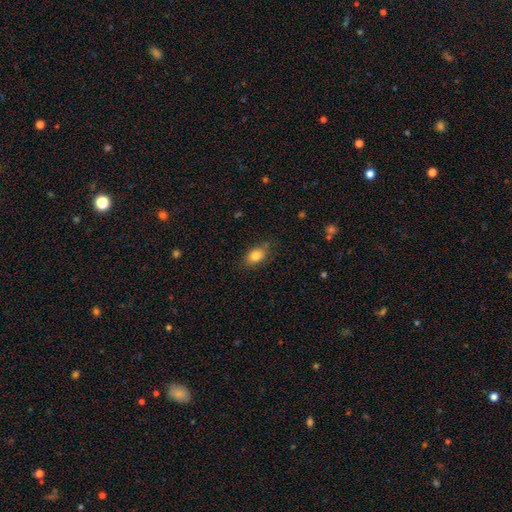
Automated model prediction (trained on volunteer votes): Overall: smooth (83%). How rounded: in between (78%). Merging: none (76%).